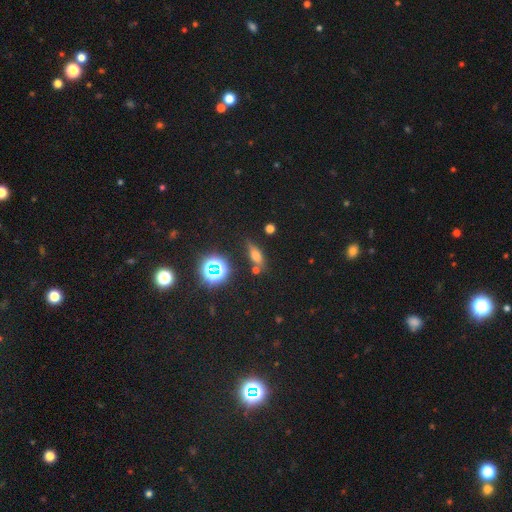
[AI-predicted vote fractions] smooth-or-featured: smooth: 57% | star or artifact: 24% | featured or disk: 19%
  how-rounded: in between: 57% | cigar-shaped: 32% | round: 12%
  merging: none: 70% | minor disturbance: 17% | merger: 8% | major disturbance: 5%